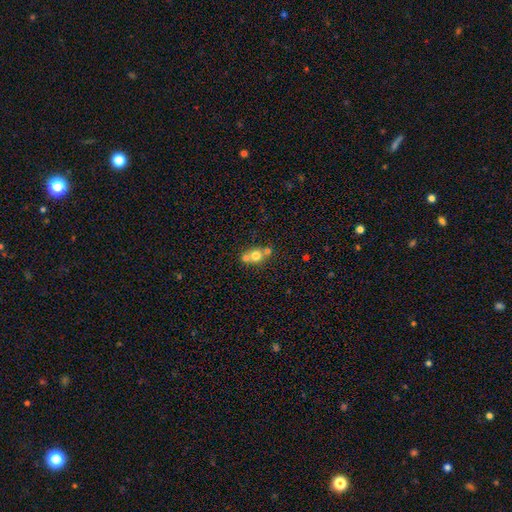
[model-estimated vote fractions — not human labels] This appears to be a smooth galaxy with no disk features (67%) that is round (74%). Merging: merger (52%).